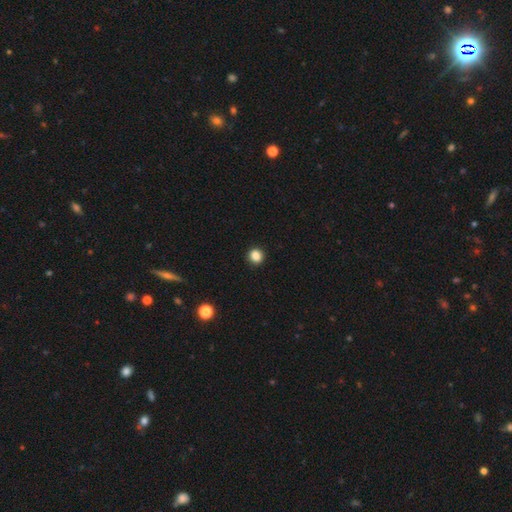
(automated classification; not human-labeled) The model was most divided on "smooth or featured": smooth: 86%, star or artifact: 11%, featured or disk: 3%. More confident: merging — none (92%); how rounded — round (89%).